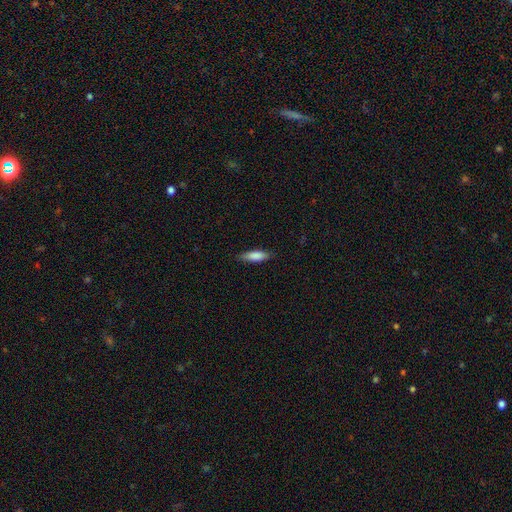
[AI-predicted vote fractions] Smooth or featured: smooth — 83% (featured or disk — 11%)
How rounded: cigar-shaped — 53% (in between — 45%)
Merging: none — 83% (minor disturbance — 13%)